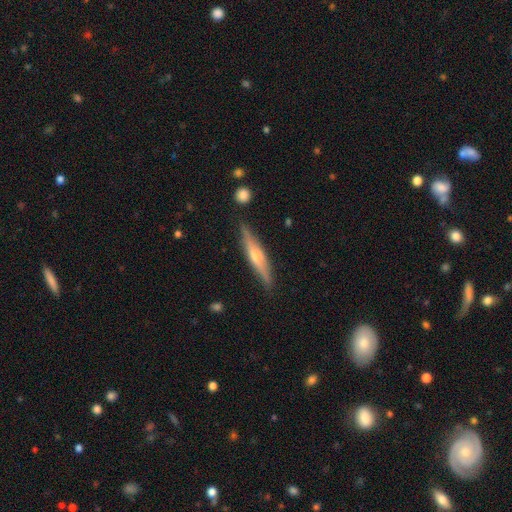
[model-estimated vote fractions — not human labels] featured or disk 63%, smooth 31%, star or artifact 6%. Down the decision tree: edge-on disk — yes (95%); edge-on bulge — rounded (83%); merging — none (86%).